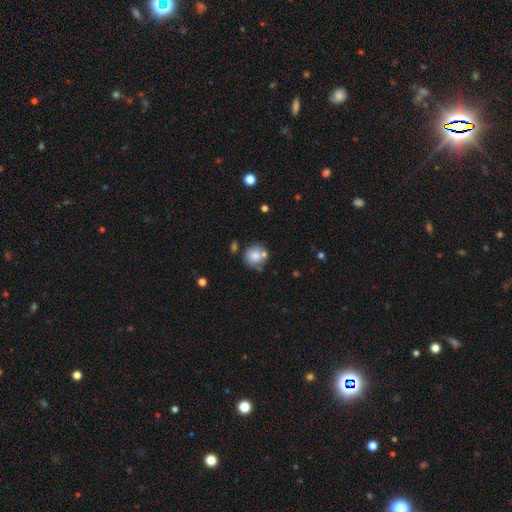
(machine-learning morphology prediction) Q: Smooth or featured?
A: smooth (78%); runner-up: featured or disk (13%)
Q: How rounded?
A: round (89%); runner-up: in between (10%)
Q: Merging?
A: none (67%); runner-up: merger (15%)